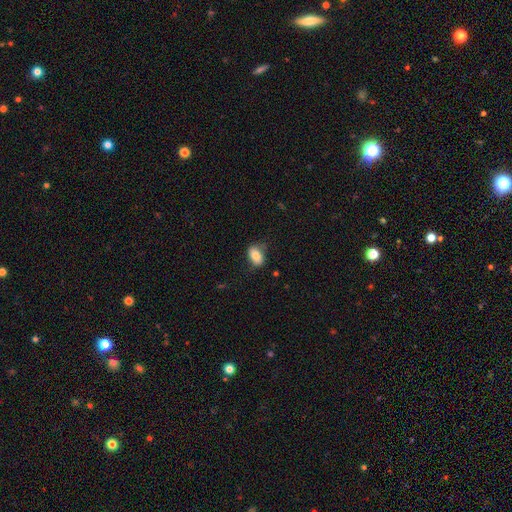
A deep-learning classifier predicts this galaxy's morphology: Smooth or featured? Predicted: smooth (p=0.77). How rounded? Predicted: in between (p=0.87). Merging? Predicted: none (p=0.66).